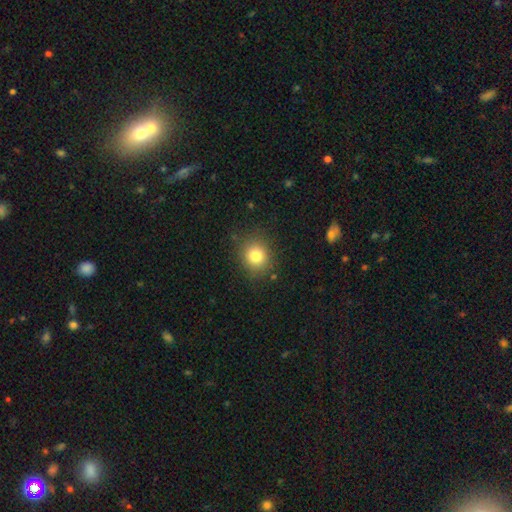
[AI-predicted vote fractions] smooth_or_featured: smooth (p=0.81) [alt: star or artifact p=0.11]
how_rounded: round (p=0.80) [alt: in between p=0.19]
merging: none (p=0.85) [alt: minor disturbance p=0.10]